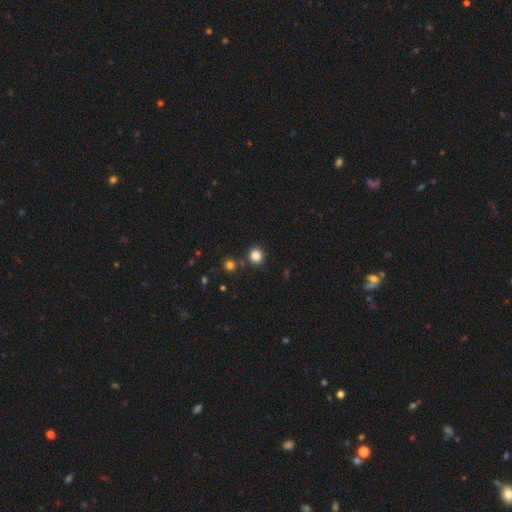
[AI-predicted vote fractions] Overall: smooth (83%). How rounded: round (87%). Merging: none (84%).